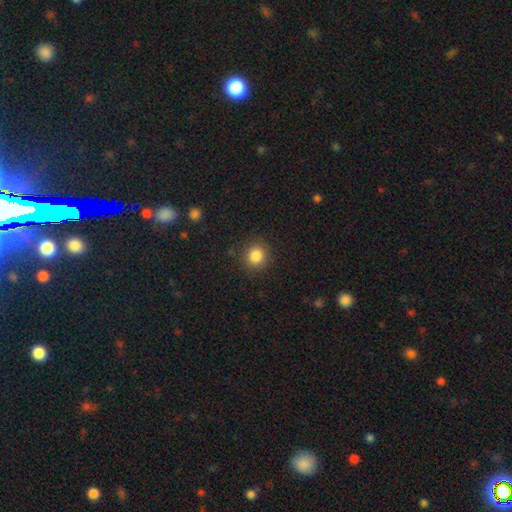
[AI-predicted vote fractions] Morphology: type=smooth (85%); roundness=round (91%); merging=none (89%).